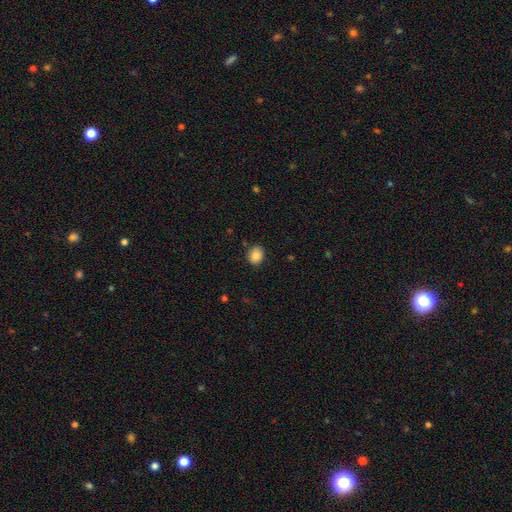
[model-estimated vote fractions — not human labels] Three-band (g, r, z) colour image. It shows a smooth galaxy with no disk features (84%) that is round (69%). Merging: none (86%).